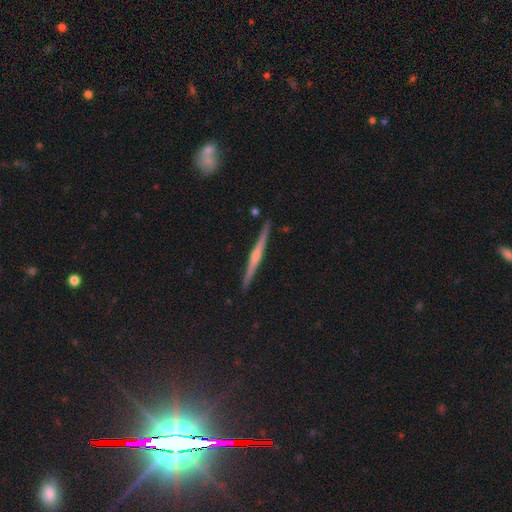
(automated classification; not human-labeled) smooth_or_featured: featured or disk (p=0.75) [alt: smooth p=0.17]
disk_edge_on: yes (p=0.98) [alt: no p=0.02]
edge_on_bulge: rounded (p=0.66) [alt: none p=0.23]
merging: none (p=0.91) [alt: minor disturbance p=0.07]